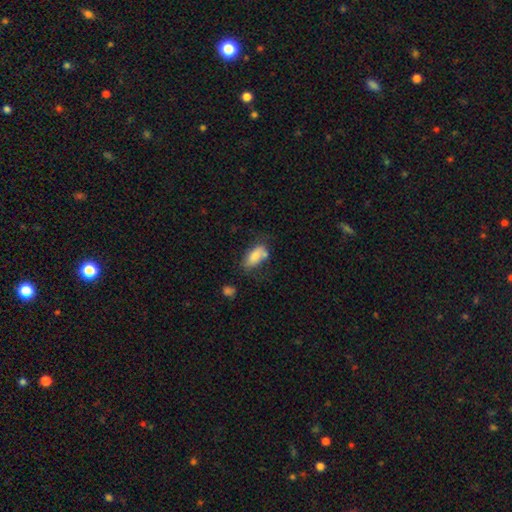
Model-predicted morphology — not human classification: Overall: smooth (78%). How rounded: in between (87%). Merging: none (49%; minor disturbance 27%).